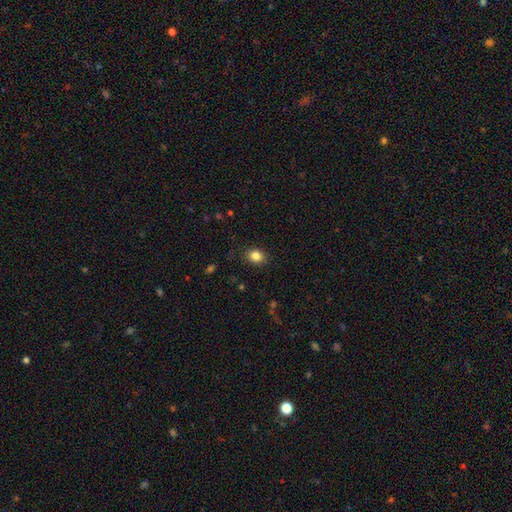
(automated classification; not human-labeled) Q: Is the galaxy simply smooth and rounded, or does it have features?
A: smooth — 84%.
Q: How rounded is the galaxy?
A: in between — 56%.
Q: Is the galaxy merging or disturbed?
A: none — 87%.